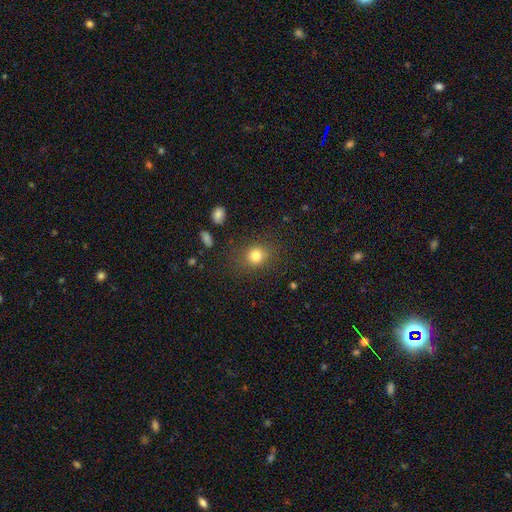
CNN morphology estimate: smooth-or-featured: smooth: 80% | star or artifact: 13% | featured or disk: 7%
  how-rounded: round: 69% | in between: 30% | cigar-shaped: 1%
  merging: none: 81% | minor disturbance: 12% | major disturbance: 5% | merger: 2%